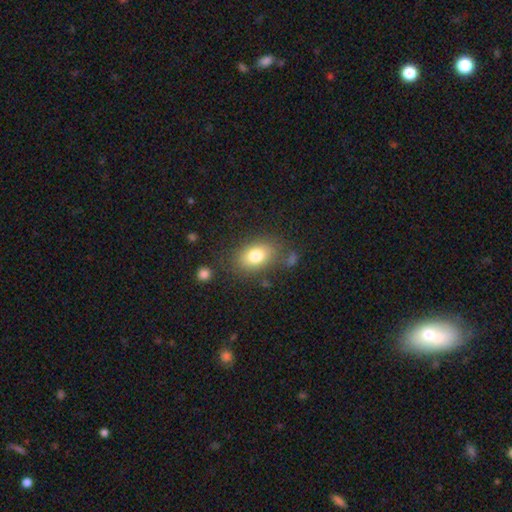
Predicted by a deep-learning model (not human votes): smooth-or-featured: smooth: 78% | featured or disk: 13% | star or artifact: 9%
  how-rounded: in between: 83% | round: 16% | cigar-shaped: 2%
  merging: none: 75% | minor disturbance: 15% | major disturbance: 6% | merger: 4%